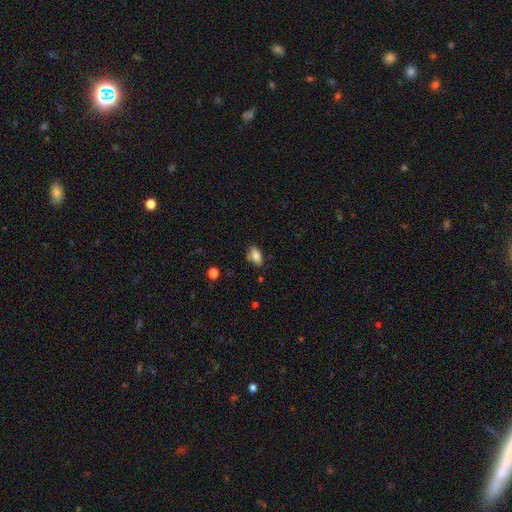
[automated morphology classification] Smooth or featured? smooth (84%)
How rounded? in between (90%)
Merging? none (73%)